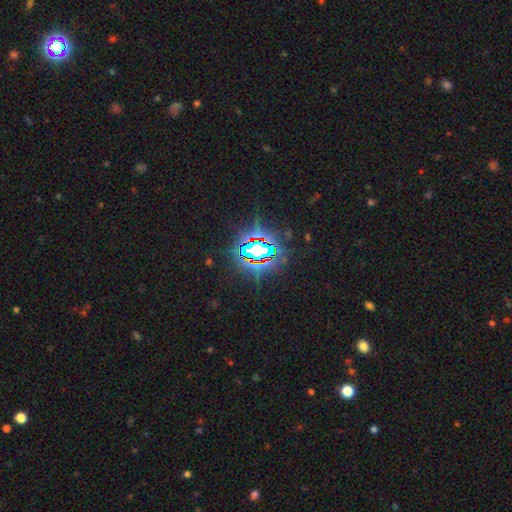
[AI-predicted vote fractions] smooth-or-featured: star or artifact: 79% | smooth: 11% | featured or disk: 10%